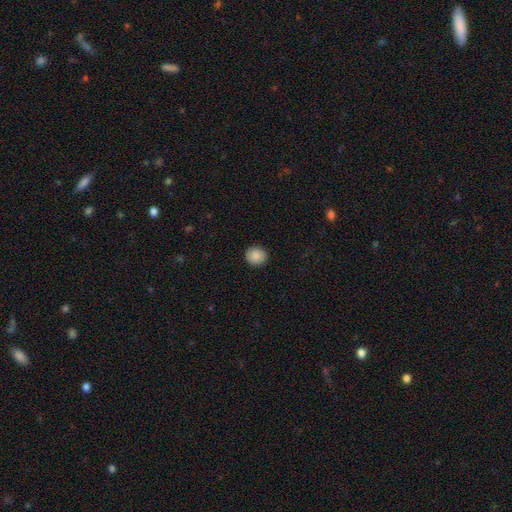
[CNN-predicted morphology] Smooth or featured? Predicted: smooth (p=0.89). How rounded? Predicted: round (p=0.85). Merging? Predicted: none (p=0.91).